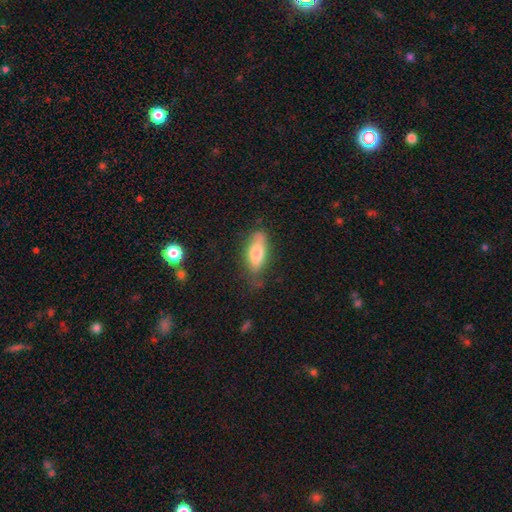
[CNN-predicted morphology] smooth_or_featured: smooth (p=0.74) [alt: featured or disk p=0.20]
how_rounded: in between (p=0.71) [alt: cigar-shaped p=0.27]
merging: none (p=0.67) [alt: minor disturbance p=0.24]